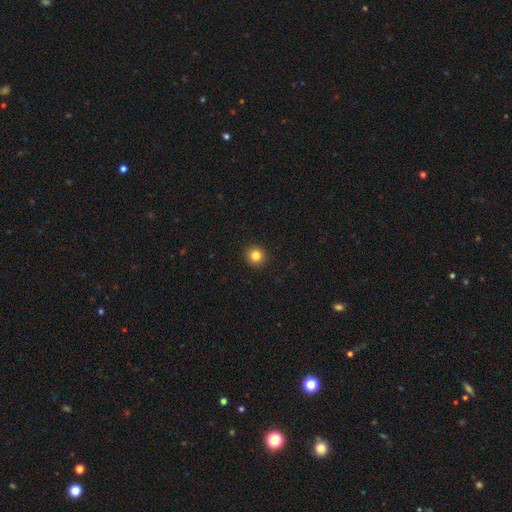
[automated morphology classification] This appears to be a smooth galaxy with no disk features (84%) that is round (92%). Merging: none (93%).